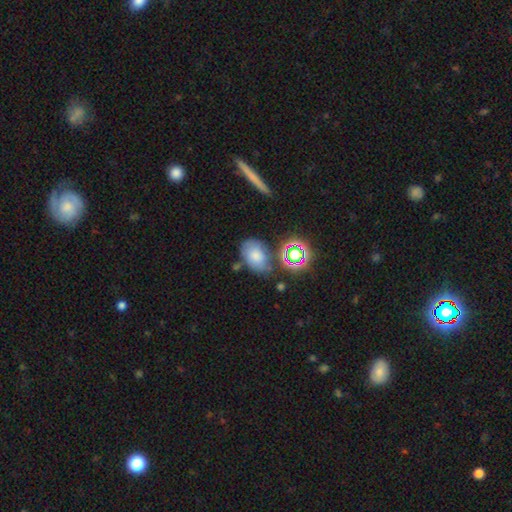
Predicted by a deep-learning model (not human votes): Smooth or featured?
  - smooth: 61% *
  - star or artifact: 22%
  - featured or disk: 18%
How rounded?
  - in between: 75% *
  - round: 22%
  - cigar-shaped: 3%
Merging?
  - none: 66% *
  - minor disturbance: 18%
  - merger: 10%
  - major disturbance: 6%